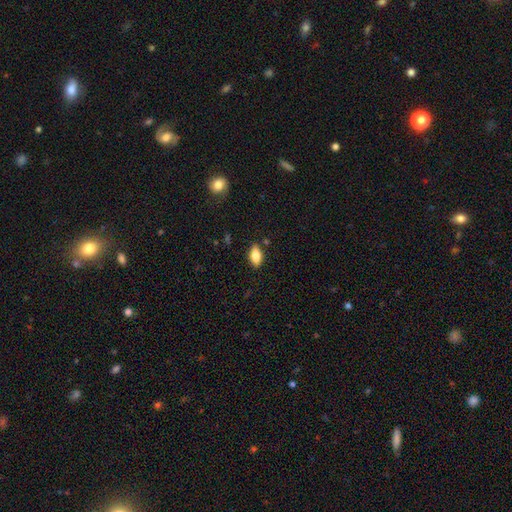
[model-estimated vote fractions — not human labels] A smooth galaxy with no disk features (75%) that is in between round and cigar-shaped (87%).

Vote fractions:
- Smooth or featured? smooth: 75% / featured or disk: 17% / star or artifact: 8%
- How rounded? in between: 87% / cigar-shaped: 9% / round: 4%
- Merging? none: 84% / minor disturbance: 11% / major disturbance: 2% / merger: 2%